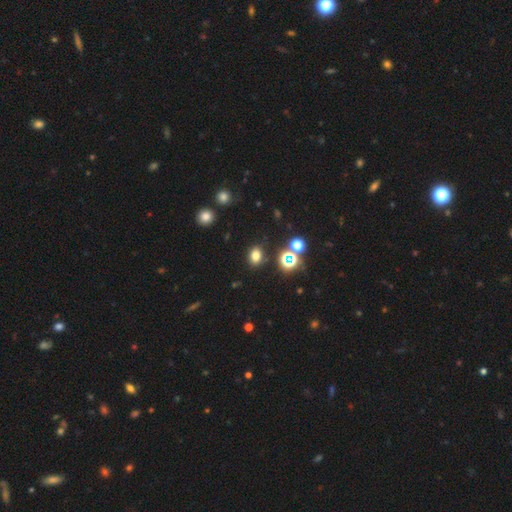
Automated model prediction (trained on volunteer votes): Morphology: type=smooth (74%); roundness=in between (65%); merging=none (85%).